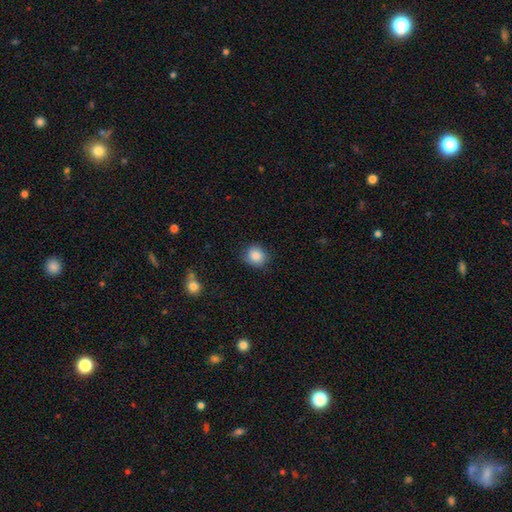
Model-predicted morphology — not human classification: This appears to be a smooth galaxy with no disk features (87%) that is round (78%). Merging: none (81%).